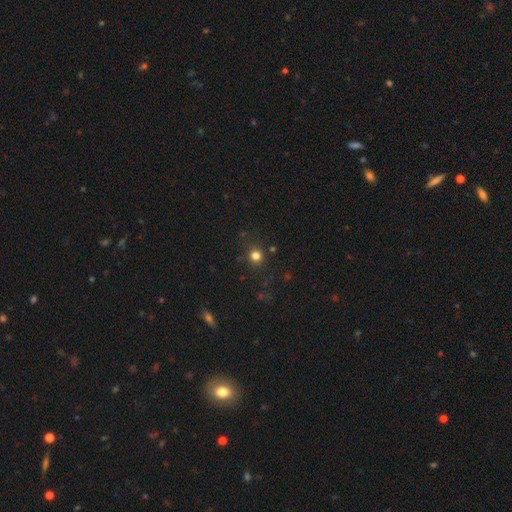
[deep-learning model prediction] Smooth or featured: smooth — 77% (star or artifact — 17%)
How rounded: round — 91% (in between — 8%)
Merging: none — 87% (minor disturbance — 8%)